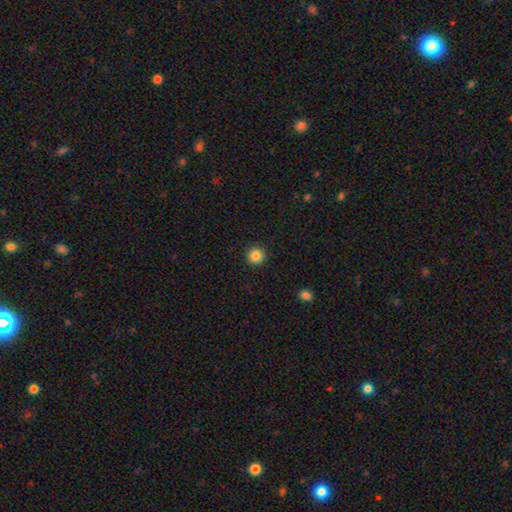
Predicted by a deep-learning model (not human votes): Overall: smooth (85%). How rounded: round (95%). Merging: none (93%).